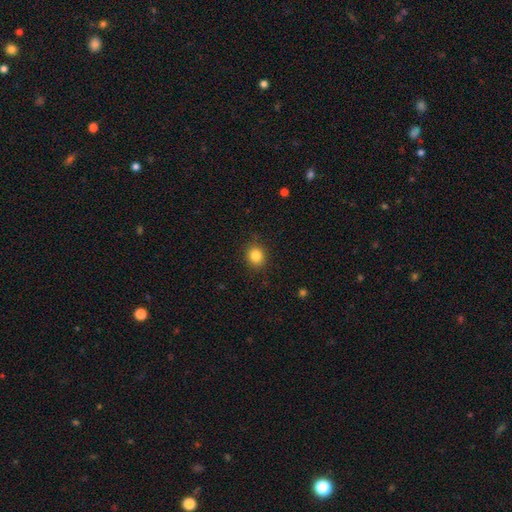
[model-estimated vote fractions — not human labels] This appears to be a smooth galaxy with no disk features (84%) that is round (79%). Merging: none (88%).